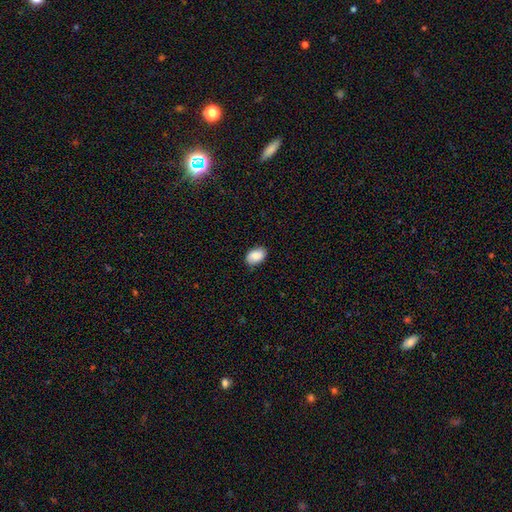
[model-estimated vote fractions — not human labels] Q: Smooth or featured?
A: smooth (85%); runner-up: featured or disk (8%)
Q: How rounded?
A: in between (89%); runner-up: round (10%)
Q: Merging?
A: none (84%); runner-up: minor disturbance (13%)